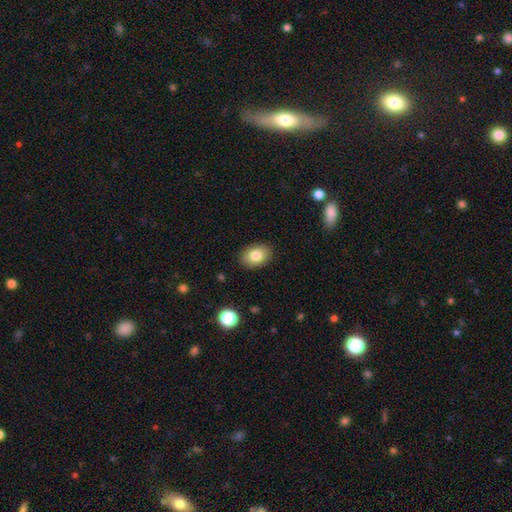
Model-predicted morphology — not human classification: Smooth or featured? Predicted: smooth (p=0.82). How rounded? Predicted: in between (p=0.82). Merging? Predicted: none (p=0.88).